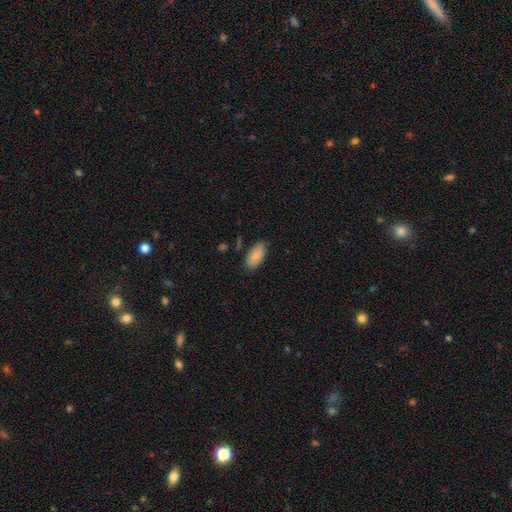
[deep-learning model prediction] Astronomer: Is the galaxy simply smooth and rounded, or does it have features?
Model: smooth — 84%.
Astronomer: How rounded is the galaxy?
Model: in between — 93%.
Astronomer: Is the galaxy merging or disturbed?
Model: none — 76%.